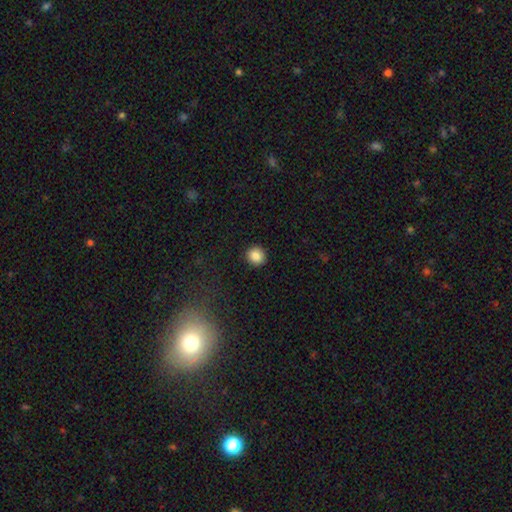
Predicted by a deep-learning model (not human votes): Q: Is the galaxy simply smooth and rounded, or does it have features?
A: smooth — 87%.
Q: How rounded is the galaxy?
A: round — 89%.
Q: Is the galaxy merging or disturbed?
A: none — 92%.